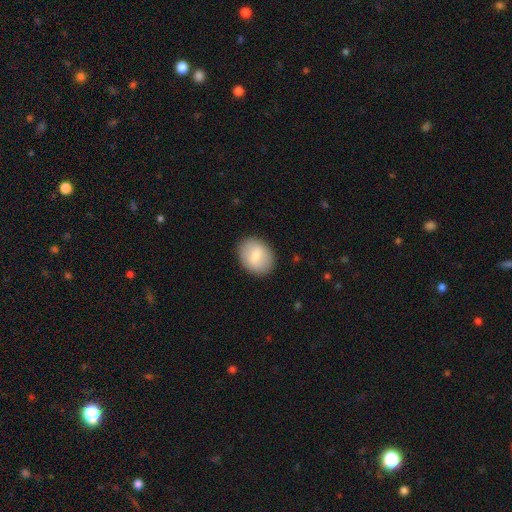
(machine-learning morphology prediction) A smooth galaxy with no disk features (71%) that is in between round and cigar-shaped (59%). Merging: none (87%).